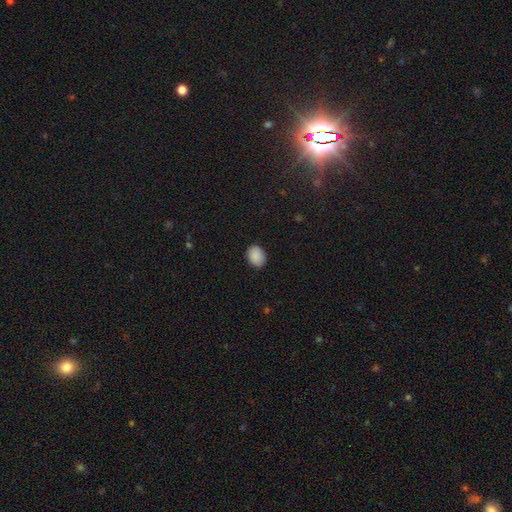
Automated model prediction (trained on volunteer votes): A smooth galaxy with no disk features (90%) that is in between round and cigar-shaped (67%).

Vote fractions:
- Smooth or featured? smooth: 90% / star or artifact: 7% / featured or disk: 2%
- How rounded? in between: 67% / round: 32% / cigar-shaped: 1%
- Merging? none: 88% / minor disturbance: 9% / major disturbance: 2% / merger: 1%